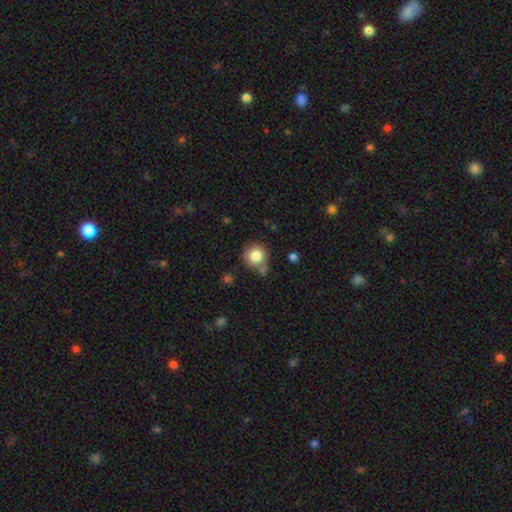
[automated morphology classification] The model was most divided on "merging": none: 66%, minor disturbance: 17%, merger: 11%, major disturbance: 5%. More confident: how rounded — round (90%); smooth or featured — smooth (82%).